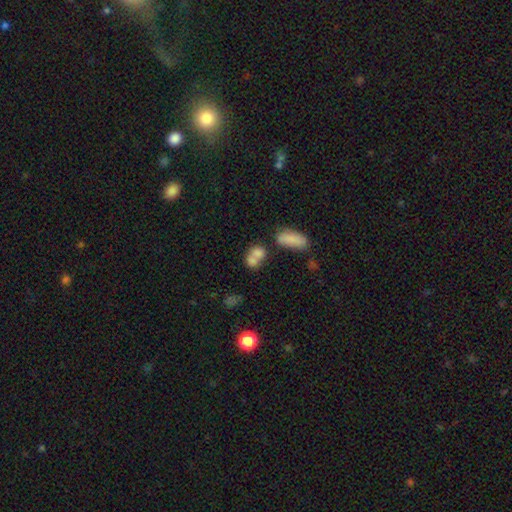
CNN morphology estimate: A smooth galaxy with no disk features (72%) that is in between round and cigar-shaped (64%). Merging: merger (56%).